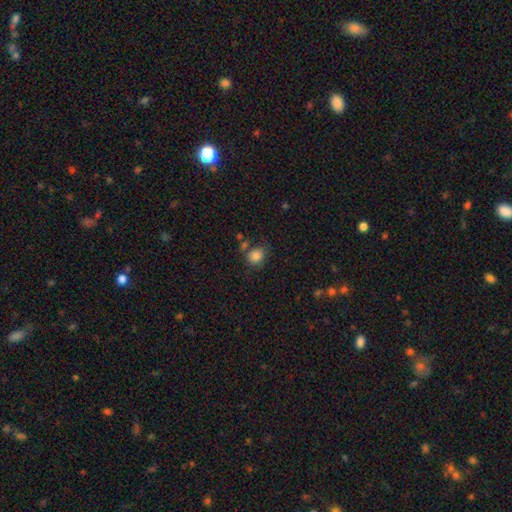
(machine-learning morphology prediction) Smooth or featured: smooth — 84% (star or artifact — 10%)
How rounded: round — 72% (in between — 27%)
Merging: none — 63% (minor disturbance — 19%)